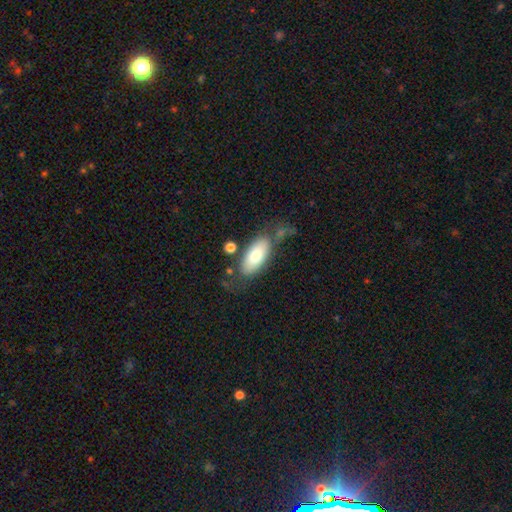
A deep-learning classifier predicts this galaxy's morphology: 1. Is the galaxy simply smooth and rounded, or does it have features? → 73% smooth, 21% featured or disk, 6% star or artifact.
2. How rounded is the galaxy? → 87% in between, 10% cigar-shaped, 2% round.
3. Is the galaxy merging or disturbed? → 65% none, 19% minor disturbance, 9% merger, 8% major disturbance.